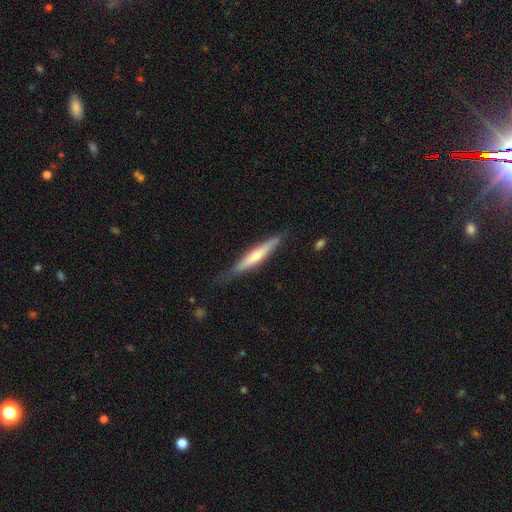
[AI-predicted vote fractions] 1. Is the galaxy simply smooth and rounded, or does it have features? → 48% smooth, 46% featured or disk, 5% star or artifact.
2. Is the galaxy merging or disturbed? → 73% none, 21% minor disturbance, 4% major disturbance, 2% merger.